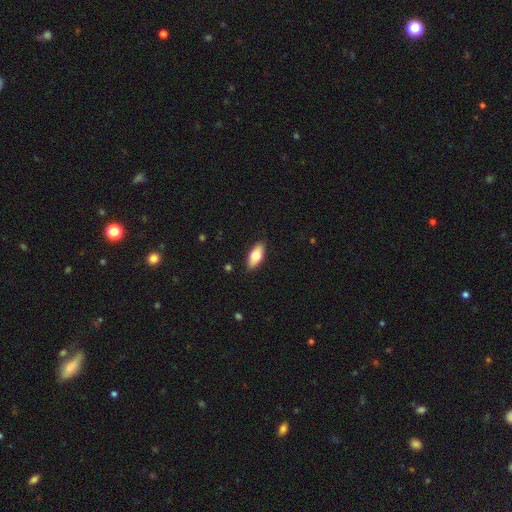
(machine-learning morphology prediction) Smooth or featured? smooth (75%)
How rounded? in between (86%)
Merging? none (88%)